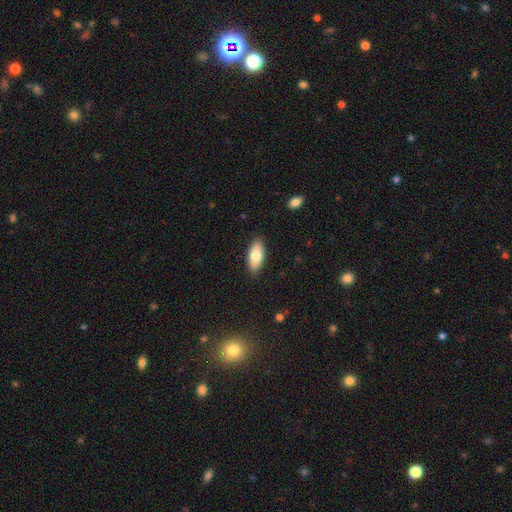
Smooth or featured?
  - smooth: 85% *
  - featured or disk: 12%
  - star or artifact: 2%
How rounded?
  - in between: 76% *
  - cigar-shaped: 24%
  - round: 0%
Merging?
  - none: 87% *
  - minor disturbance: 10%
  - merger: 3%
  - major disturbance: 0%